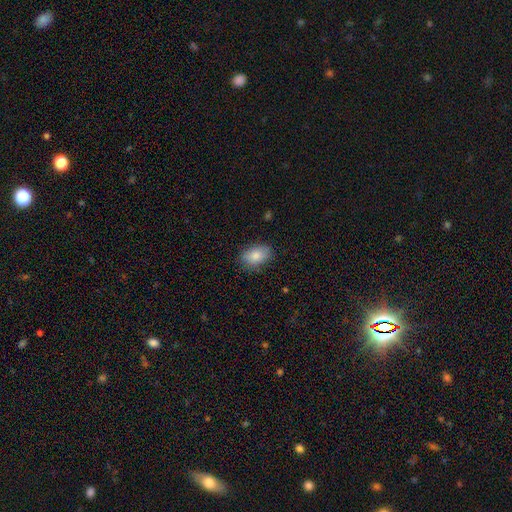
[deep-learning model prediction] Overall: smooth (83%). How rounded: in between (85%). Merging: none (82%).